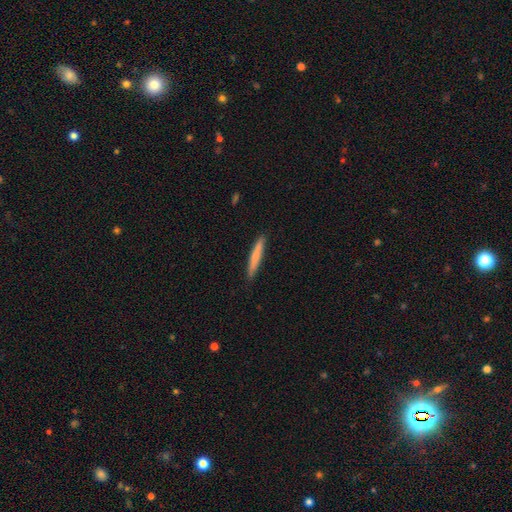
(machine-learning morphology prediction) Smooth or featured: smooth — 74% (featured or disk — 21%)
How rounded: cigar-shaped — 95% (in between — 3%)
Merging: none — 90% (minor disturbance — 7%)